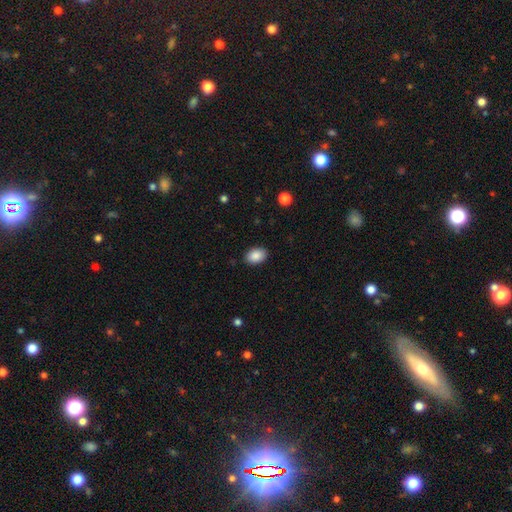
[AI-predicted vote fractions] This is clearly a smooth galaxy (88%). How rounded: clearly in between (85%). Merging: clearly none (88%).